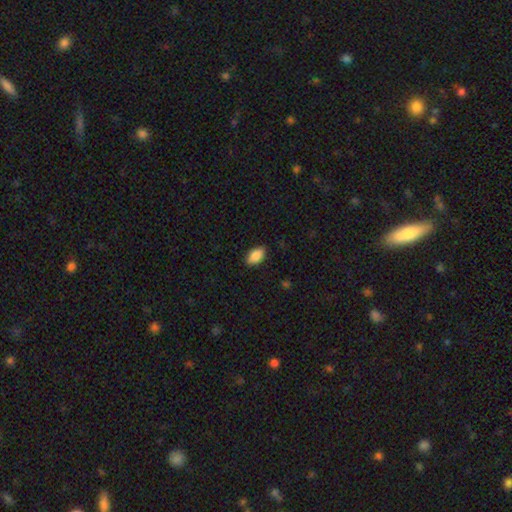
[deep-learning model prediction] smooth_or_featured: smooth (p=0.87) [alt: star or artifact p=0.07]
how_rounded: in between (p=0.92) [alt: round p=0.05]
merging: none (p=0.85) [alt: minor disturbance p=0.12]